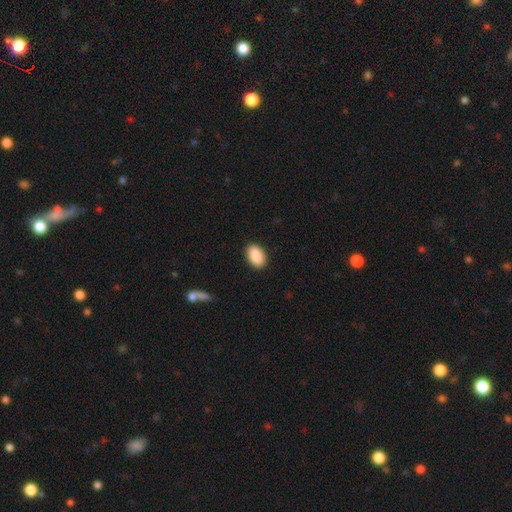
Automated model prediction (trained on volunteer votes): smooth-or-featured: smooth: 90% | star or artifact: 6% | featured or disk: 4%
  how-rounded: in between: 92% | round: 7% | cigar-shaped: 1%
  merging: none: 89% | minor disturbance: 8% | major disturbance: 2% | merger: 1%